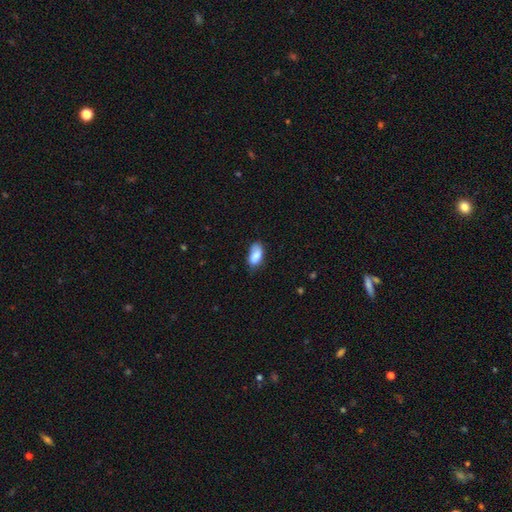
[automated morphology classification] Overall: smooth (83%). How rounded: in between (92%). Merging: none (61%; minor disturbance 30%).